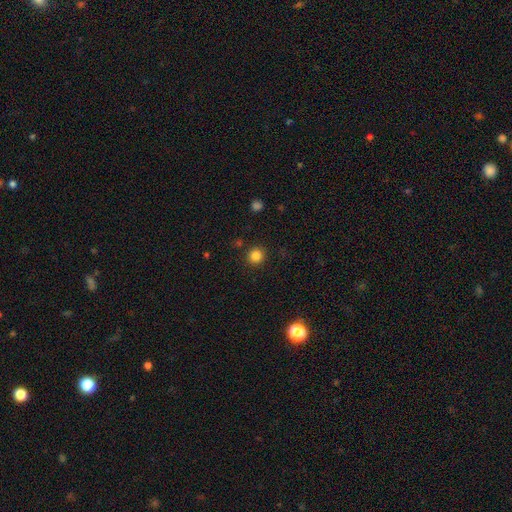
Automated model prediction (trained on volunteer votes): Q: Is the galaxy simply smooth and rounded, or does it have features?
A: smooth — 83%.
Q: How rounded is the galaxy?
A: round — 93%.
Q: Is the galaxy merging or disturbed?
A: none — 90%.